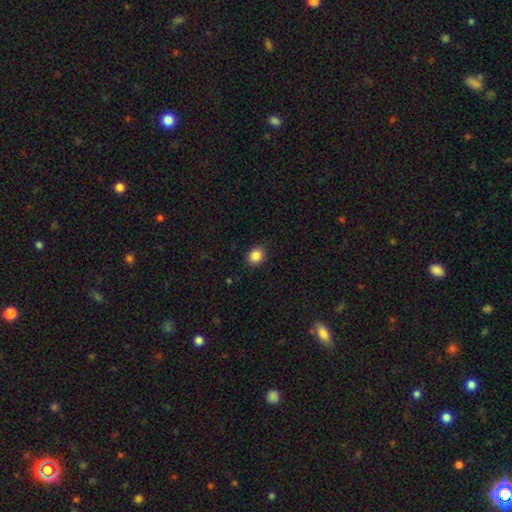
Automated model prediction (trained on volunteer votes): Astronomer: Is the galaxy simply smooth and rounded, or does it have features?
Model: smooth — 86%.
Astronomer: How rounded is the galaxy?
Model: round — 60% (runner-up: in between, 39%).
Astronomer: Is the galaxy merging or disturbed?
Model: none — 87%.